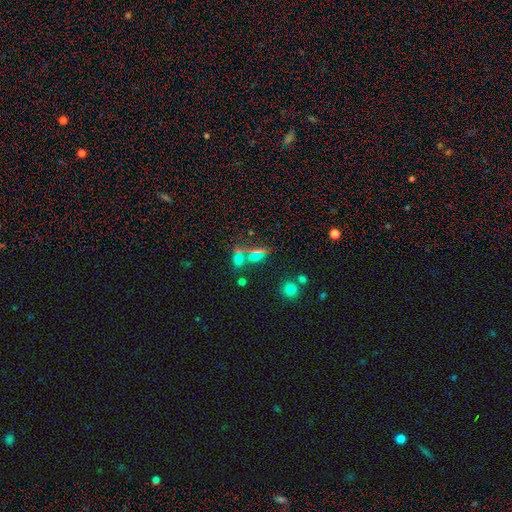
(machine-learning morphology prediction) smooth 44%, star or artifact 35%, featured or disk 20%. Down the decision tree: merging — none (47%).